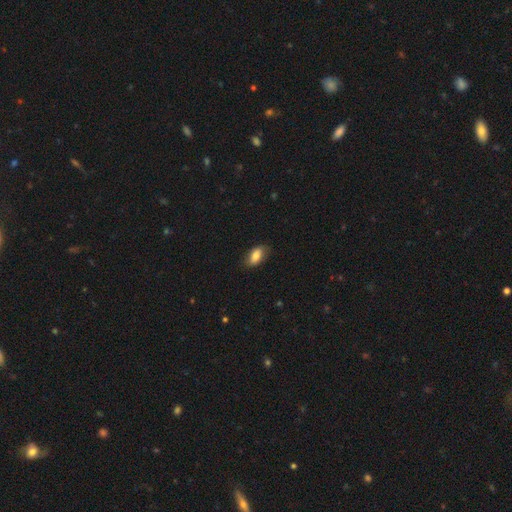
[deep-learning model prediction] Morphology: type=smooth (78%); roundness=in between (91%); merging=none (79%).